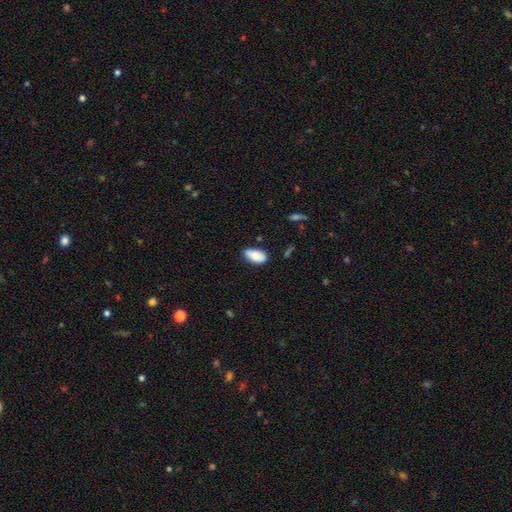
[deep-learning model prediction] Overall: smooth (86%). How rounded: in between (94%). Merging: none (76%).